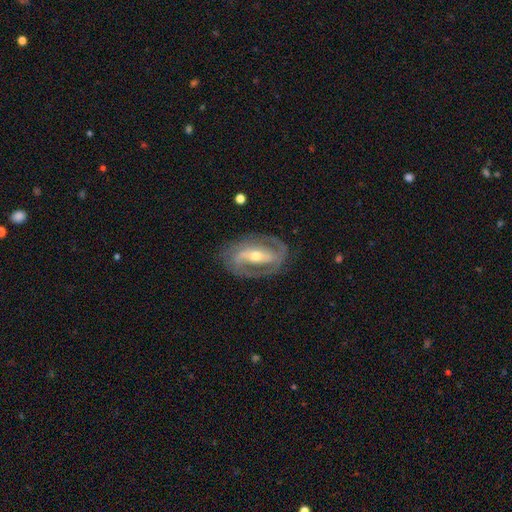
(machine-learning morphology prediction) Smooth or featured? featured or disk (86%)
Edge-on disk? no (94%)
Bar? strong (57%)
Spiral arms? yes (89%)
Spiral winding? medium (44%)
Spiral arm count? 2 (84%)
Bulge size? moderate (56%)
Merging? none (79%)